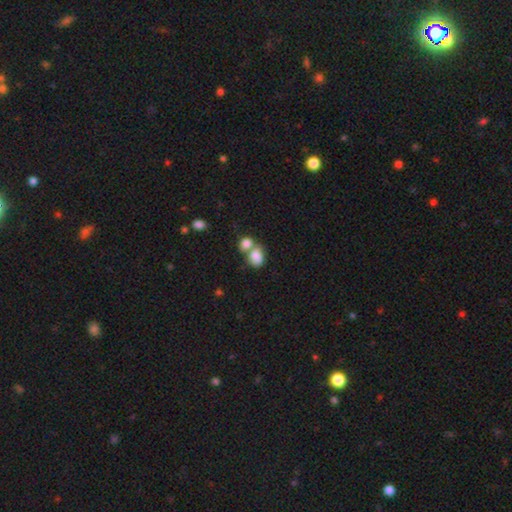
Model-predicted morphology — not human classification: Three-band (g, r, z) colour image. It shows a smooth galaxy with no disk features (82%) that is in between round and cigar-shaped (59%). Merging: merger (61%).